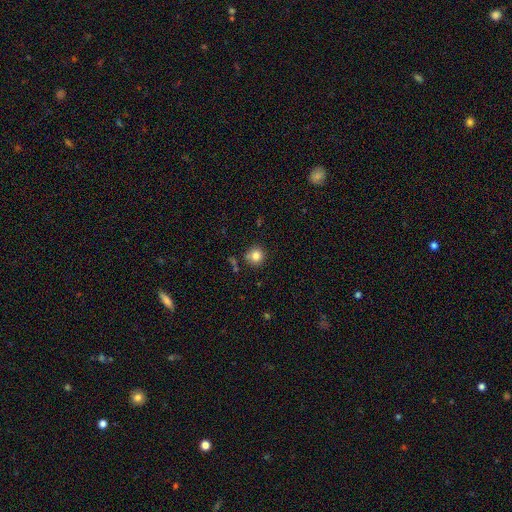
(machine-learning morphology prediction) smooth 83%, star or artifact 11%, featured or disk 6%. Down the decision tree: how rounded — round (93%); merging — none (80%).